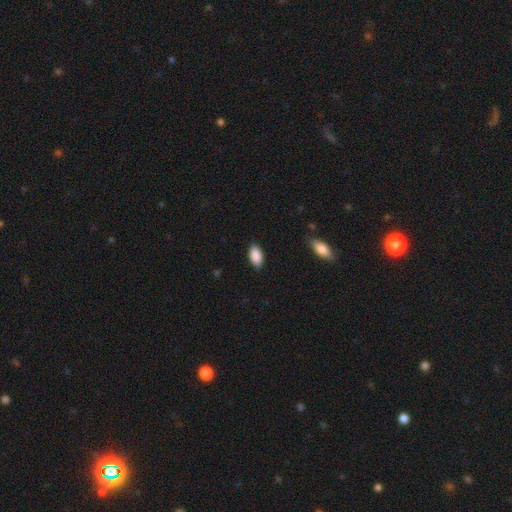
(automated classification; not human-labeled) This is clearly a smooth galaxy (89%). How rounded: clearly in between (94%). Merging: clearly none (86%).